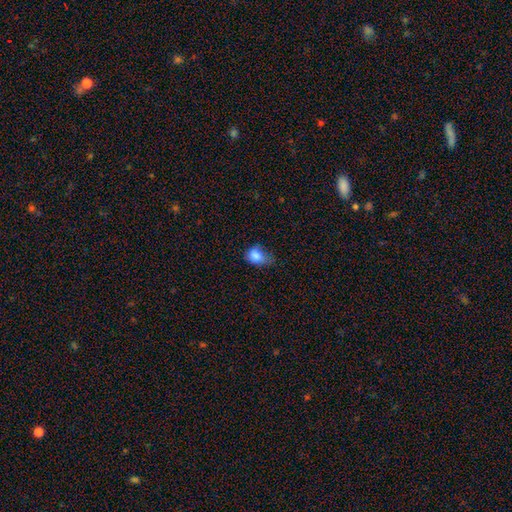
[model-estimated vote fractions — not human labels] Q: Smooth or featured?
A: smooth (82%); runner-up: star or artifact (10%)
Q: How rounded?
A: in between (68%); runner-up: round (31%)
Q: Merging?
A: minor disturbance (44%); runner-up: none (30%)